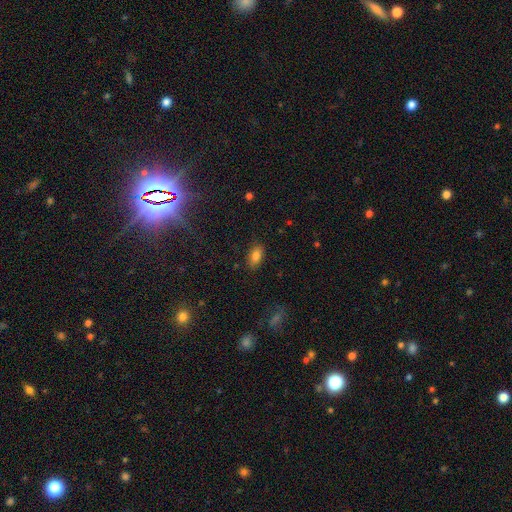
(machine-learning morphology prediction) Smooth or featured? Predicted: smooth (p=0.81). How rounded? Predicted: in between (p=0.90). Merging? Predicted: none (p=0.85).